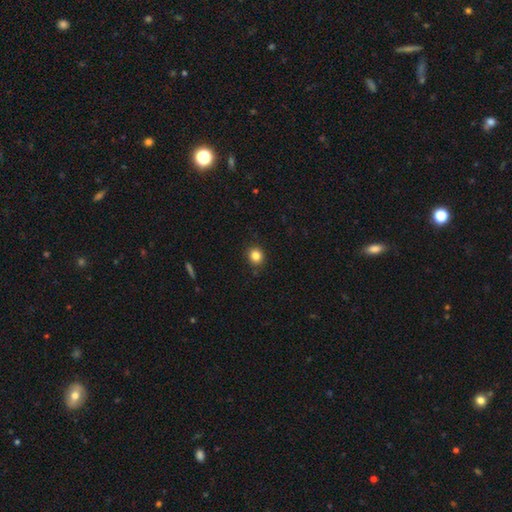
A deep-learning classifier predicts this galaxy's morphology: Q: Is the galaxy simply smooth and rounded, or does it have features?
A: smooth — 83%.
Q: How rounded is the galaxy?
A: round — 83%.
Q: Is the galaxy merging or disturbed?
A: none — 89%.